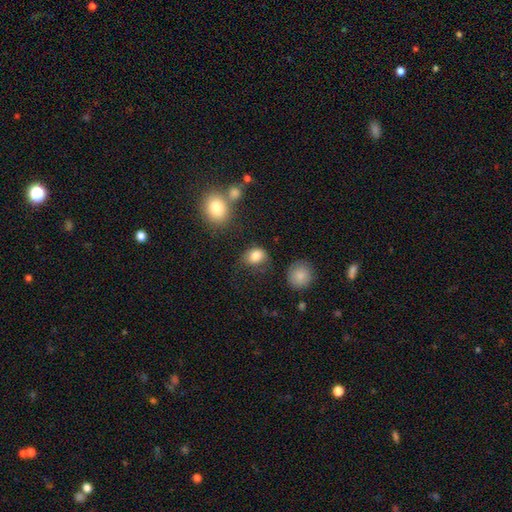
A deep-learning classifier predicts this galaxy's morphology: Smooth or featured: smooth — 84% (star or artifact — 10%)
How rounded: in between — 54% (round — 45%)
Merging: none — 56% (minor disturbance — 26%)